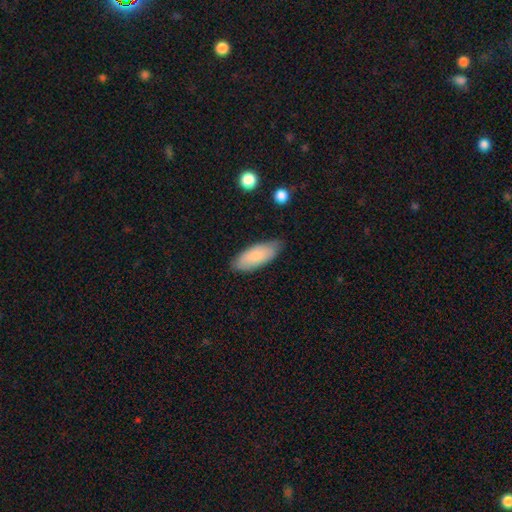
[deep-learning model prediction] Morphology: type=smooth (82%); roundness=in between (82%); merging=none (75%).